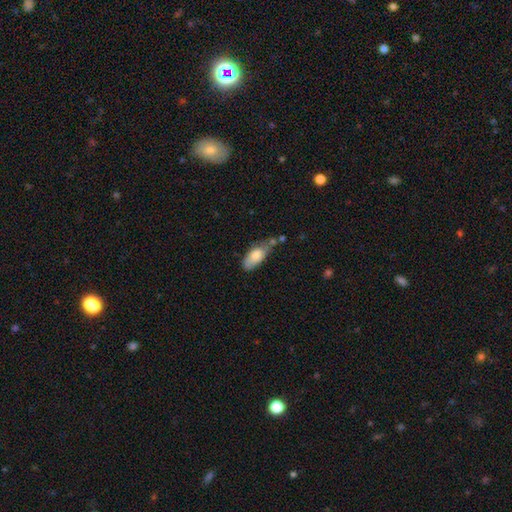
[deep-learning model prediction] Smooth or featured?
  - smooth: 73% *
  - featured or disk: 20%
  - star or artifact: 6%
How rounded?
  - in between: 84% *
  - cigar-shaped: 14%
  - round: 3%
Merging?
  - none: 43% *
  - minor disturbance: 34%
  - merger: 12%
  - major disturbance: 10%